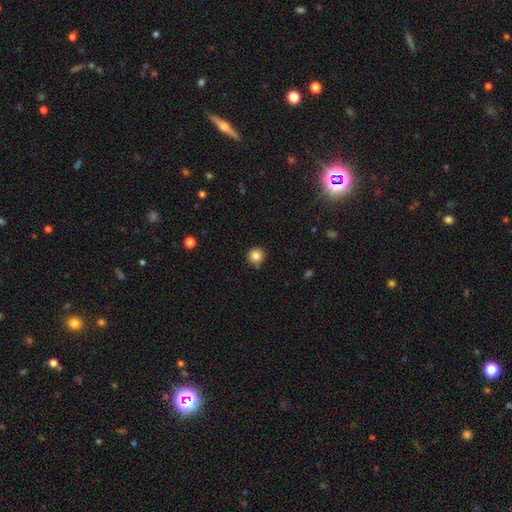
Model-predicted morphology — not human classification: type=smooth (83%); roundness=round (93%); merging=none (81%).